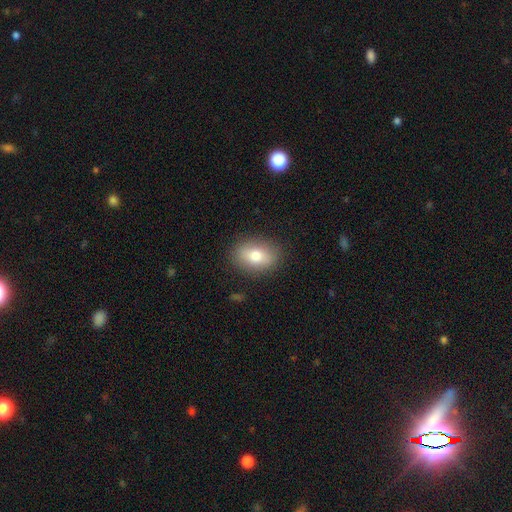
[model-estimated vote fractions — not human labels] Smooth or featured? Predicted: smooth (p=0.77). How rounded? Predicted: in between (p=0.71). Merging? Predicted: none (p=0.86).